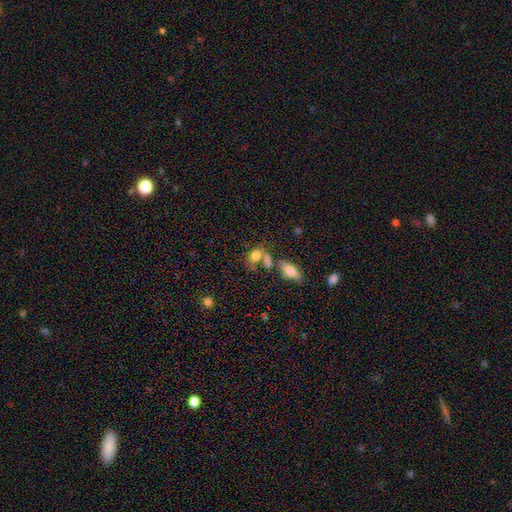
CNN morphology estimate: A smooth galaxy with no disk features (77%) that is in between round and cigar-shaped (69%).

Vote fractions:
- Smooth or featured? smooth: 77% / featured or disk: 12% / star or artifact: 12%
- How rounded? in between: 69% / round: 26% / cigar-shaped: 5%
- Merging? none: 44% / merger: 32% / minor disturbance: 15% / major disturbance: 9%